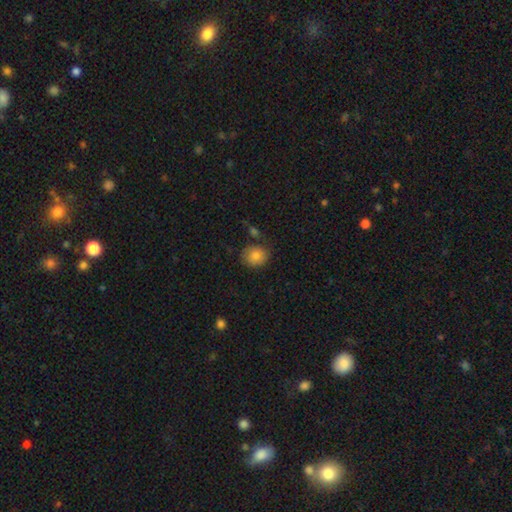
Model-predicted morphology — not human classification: Smooth or featured? Predicted: smooth (p=0.83). How rounded? Predicted: round (p=0.72). Merging? Predicted: none (p=0.75).